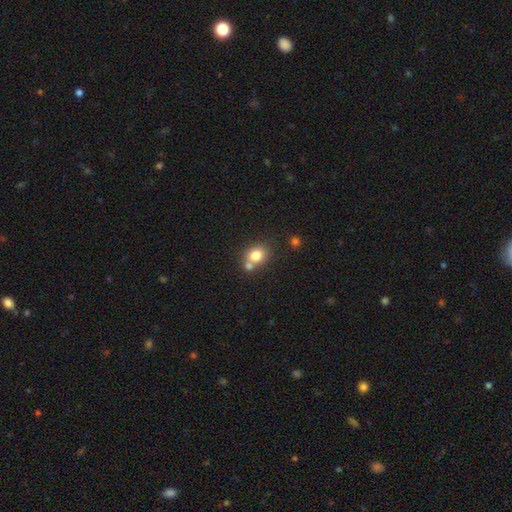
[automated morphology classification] smooth-or-featured: smooth: 79% | featured or disk: 11% | star or artifact: 11%
  how-rounded: round: 67% | in between: 32% | cigar-shaped: 1%
  merging: none: 51% | merger: 36% | minor disturbance: 10% | major disturbance: 3%